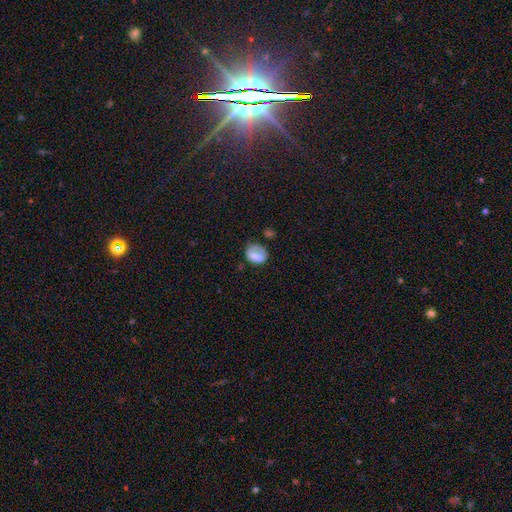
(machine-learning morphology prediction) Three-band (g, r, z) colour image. It shows a smooth galaxy with no disk features (74%) that is in between round and cigar-shaped (53%). Merging: none (46%).